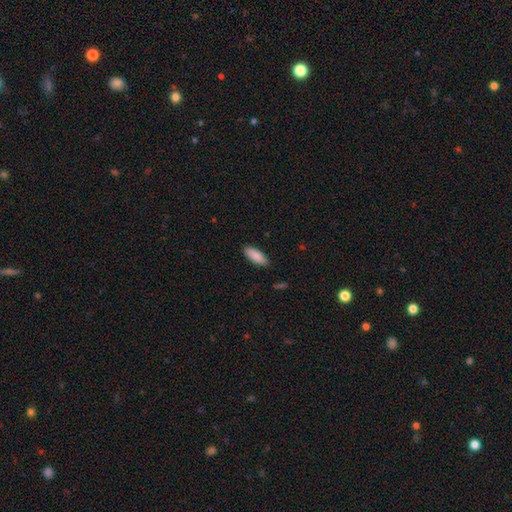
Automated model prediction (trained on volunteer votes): A smooth galaxy with no disk features (89%) that is in between round and cigar-shaped (71%). Merging: none (88%).